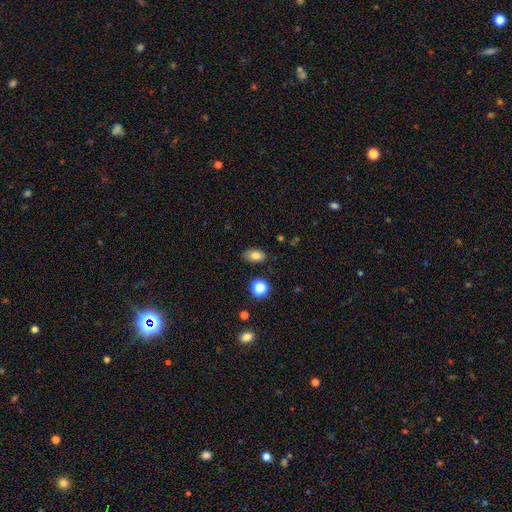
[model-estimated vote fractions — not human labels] Morphology: type=smooth (80%); roundness=in between (87%); merging=none (83%).